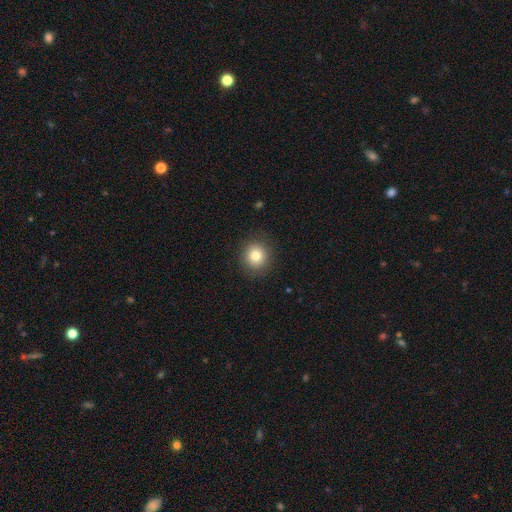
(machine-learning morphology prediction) This is clearly a smooth galaxy (80%). How rounded: clearly round (89%). Merging: clearly none (90%).